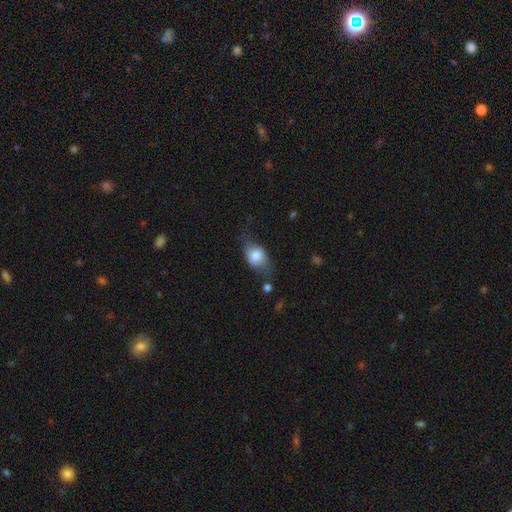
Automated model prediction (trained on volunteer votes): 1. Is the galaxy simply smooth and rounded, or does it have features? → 66% smooth, 26% featured or disk, 8% star or artifact.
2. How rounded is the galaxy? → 72% in between, 25% round, 3% cigar-shaped.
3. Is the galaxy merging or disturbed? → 55% none, 28% minor disturbance, 14% major disturbance, 4% merger.